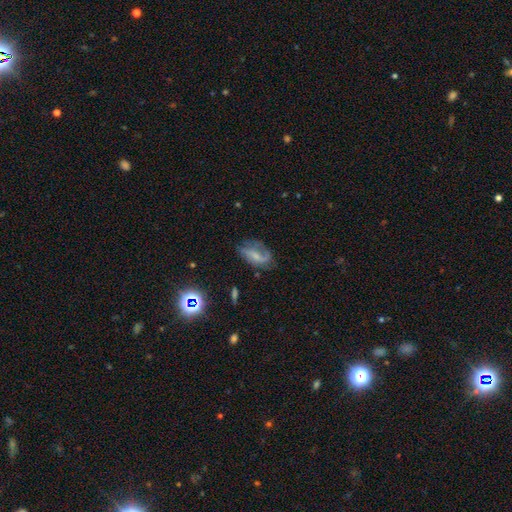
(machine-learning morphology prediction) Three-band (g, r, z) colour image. It shows a featured or disk galaxy (62%) with a weak bar (43%), spiral arms (84%) and a small central bulge (49%). Merging: none (52%).